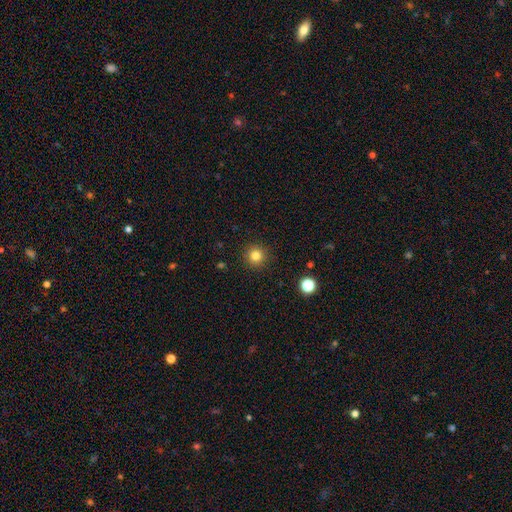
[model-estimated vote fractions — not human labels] A smooth galaxy with no disk features (82%) that is round (95%).

Vote fractions:
- Smooth or featured? smooth: 82% / star or artifact: 13% / featured or disk: 6%
- How rounded? round: 95% / in between: 4% / cigar-shaped: 1%
- Merging? none: 91% / minor disturbance: 5% / major disturbance: 2% / merger: 1%